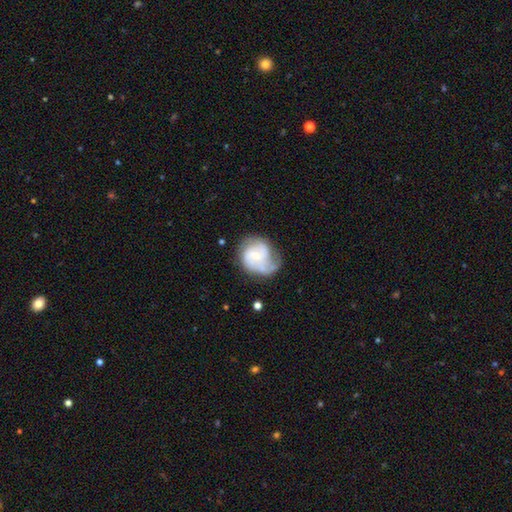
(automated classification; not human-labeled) Smooth or featured?
  - featured or disk: 70% *
  - smooth: 24%
  - star or artifact: 6%
Edge-on disk?
  - no: 98% *
  - yes: 2%
Bar?
  - no: 60% *
  - weak: 34%
  - strong: 6%
Spiral arms?
  - yes: 86% *
  - no: 14%
Spiral winding?
  - medium: 42% *
  - tight: 34%
  - loose: 24%
Spiral arm count?
  - 2: 47% *
  - can't tell: 21%
  - 1: 18%
  - 3: 10%
  - 4: 2%
  - more than 4: 2%
Bulge size?
  - small: 53% *
  - moderate: 42%
  - large: 2%
  - none: 2%
  - dominant: 1%
Merging?
  - none: 40% *
  - minor disturbance: 29%
  - major disturbance: 25%
  - merger: 6%